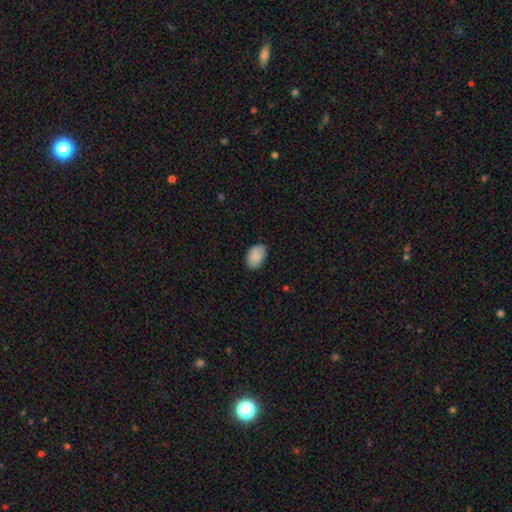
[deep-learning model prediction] A smooth galaxy with no disk features (89%) that is in between round and cigar-shaped (89%).

Vote fractions:
- Smooth or featured? smooth: 89% / star or artifact: 7% / featured or disk: 5%
- How rounded? in between: 89% / round: 10% / cigar-shaped: 1%
- Merging? none: 85% / minor disturbance: 12% / major disturbance: 2% / merger: 1%